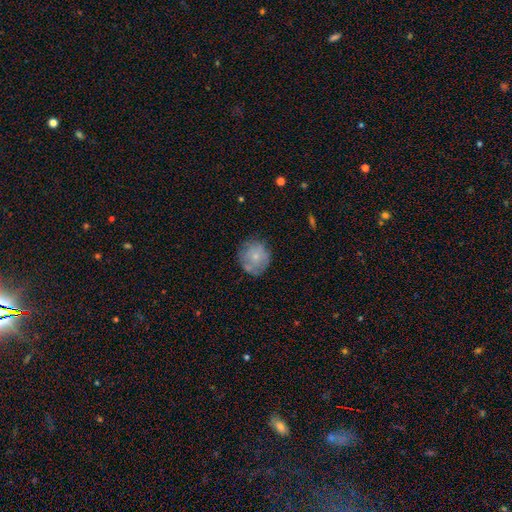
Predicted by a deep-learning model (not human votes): smooth_or_featured: smooth (p=0.66) [alt: featured or disk p=0.26]
how_rounded: round (p=0.89) [alt: in between p=0.10]
merging: none (p=0.70) [alt: minor disturbance p=0.20]